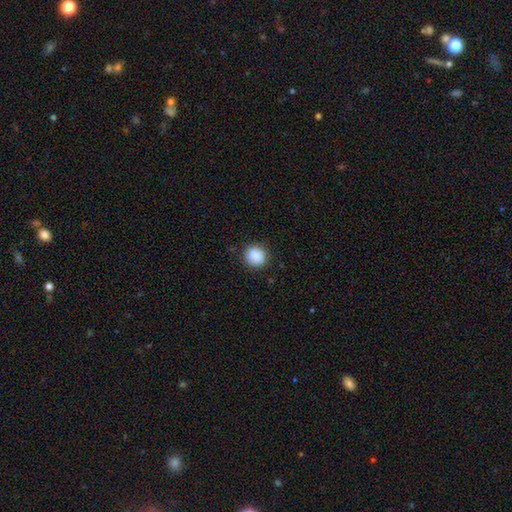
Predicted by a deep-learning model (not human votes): Smooth or featured: smooth — 89% (star or artifact — 8%)
How rounded: round — 87% (in between — 12%)
Merging: none — 88% (minor disturbance — 8%)